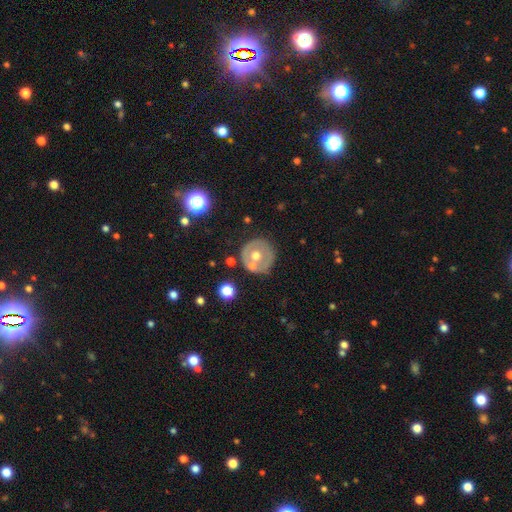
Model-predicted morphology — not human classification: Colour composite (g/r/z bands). It shows a featured or disk galaxy (48%). Merging: none (69%).